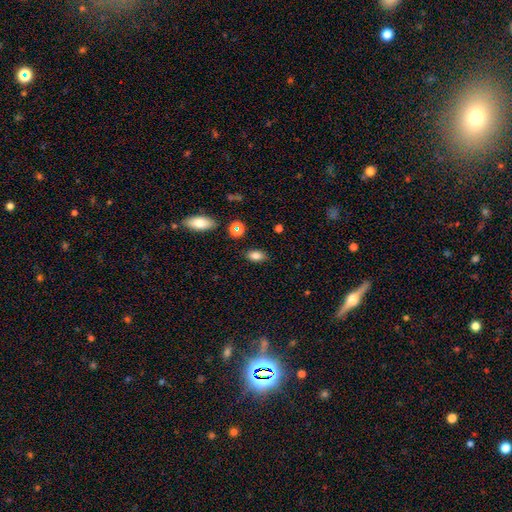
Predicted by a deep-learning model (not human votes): A smooth galaxy with no disk features (81%) that is in between round and cigar-shaped (86%).

Vote fractions:
- Smooth or featured? smooth: 81% / star or artifact: 11% / featured or disk: 7%
- How rounded? in between: 86% / round: 10% / cigar-shaped: 3%
- Merging? none: 84% / minor disturbance: 10% / major disturbance: 3% / merger: 3%